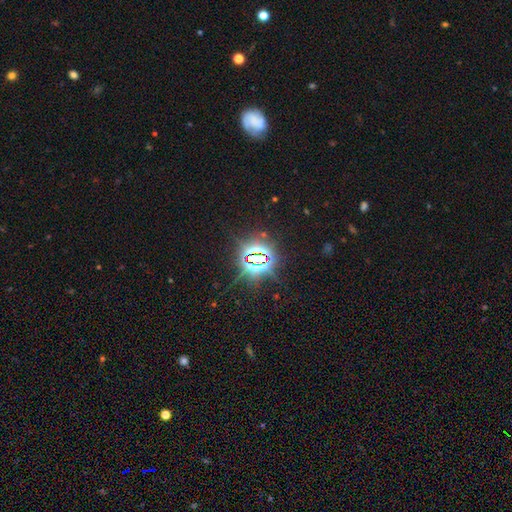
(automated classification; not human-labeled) Smooth or featured? star or artifact (83%)